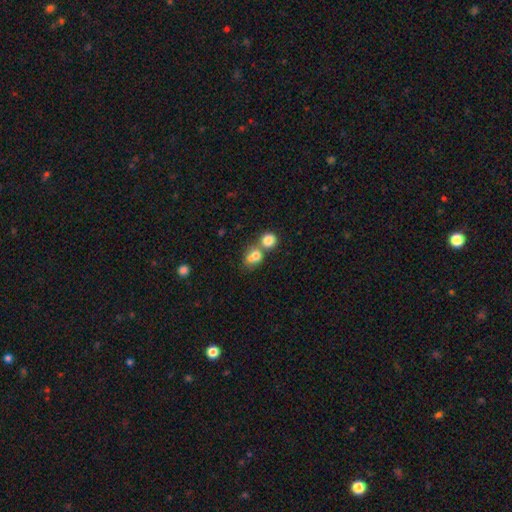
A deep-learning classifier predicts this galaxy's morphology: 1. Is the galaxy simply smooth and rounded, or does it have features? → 77% smooth, 12% featured or disk, 11% star or artifact.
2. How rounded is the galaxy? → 61% round, 38% in between, 1% cigar-shaped.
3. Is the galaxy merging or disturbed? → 55% merger, 33% none, 8% minor disturbance, 4% major disturbance.